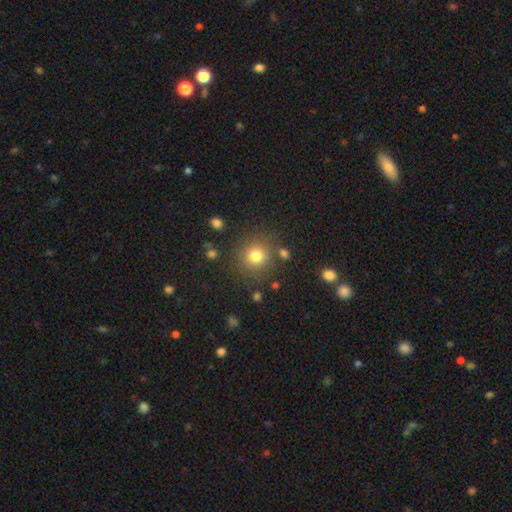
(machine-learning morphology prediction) Q: Smooth or featured?
A: smooth (79%); runner-up: star or artifact (14%)
Q: How rounded?
A: round (90%); runner-up: in between (9%)
Q: Merging?
A: none (82%); runner-up: minor disturbance (9%)